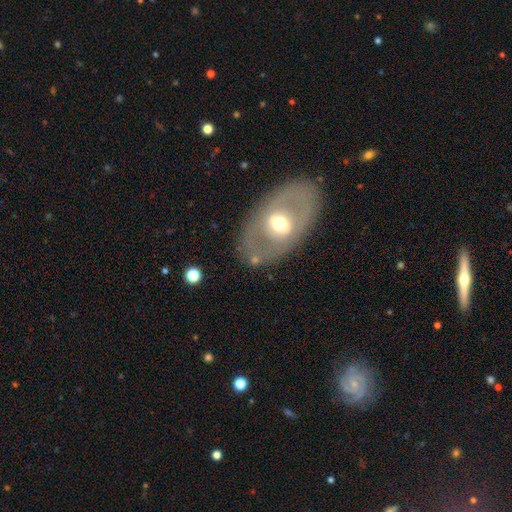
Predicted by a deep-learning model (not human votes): Morphology: type=featured or disk (55%); edge-on=no (87%); merging=none (76%).